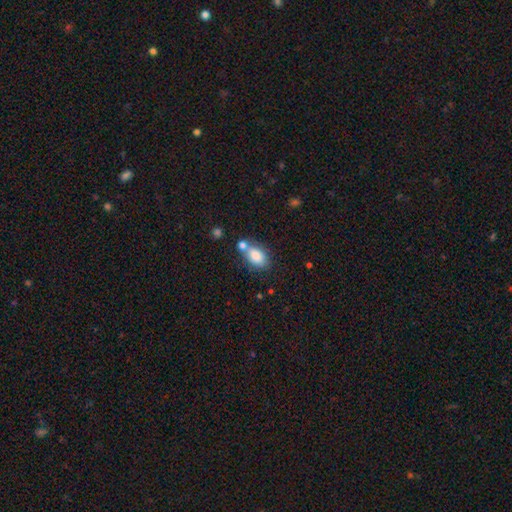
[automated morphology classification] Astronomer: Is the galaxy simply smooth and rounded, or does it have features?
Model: smooth — 82%.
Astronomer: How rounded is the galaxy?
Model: in between — 88%.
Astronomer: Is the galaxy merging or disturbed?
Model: none — 51% (runner-up: merger, 29%).